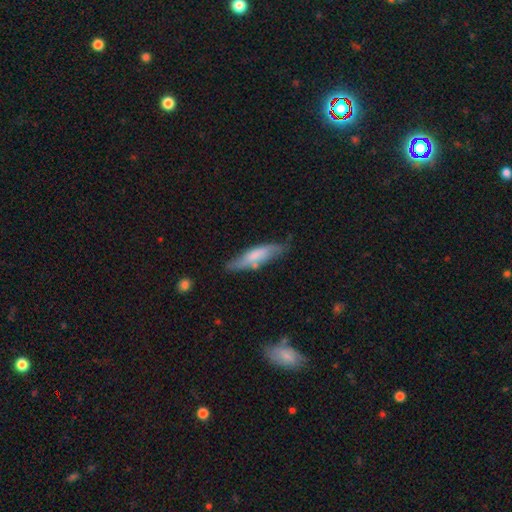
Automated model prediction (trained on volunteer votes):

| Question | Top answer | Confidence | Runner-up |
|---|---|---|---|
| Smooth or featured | smooth | 61% | featured or disk (33%) |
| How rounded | cigar-shaped | 66% | in between (33%) |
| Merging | none | 66% | minor disturbance (24%) |